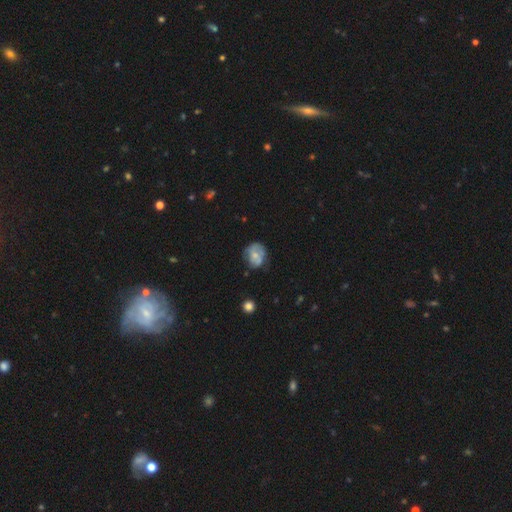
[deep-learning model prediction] A smooth galaxy with no disk features (51%) that is round (61%).

Vote fractions:
- Smooth or featured? smooth: 51% / featured or disk: 40% / star or artifact: 9%
- How rounded? round: 61% / in between: 38% / cigar-shaped: 1%
- Merging? none: 49% / minor disturbance: 31% / major disturbance: 14% / merger: 5%